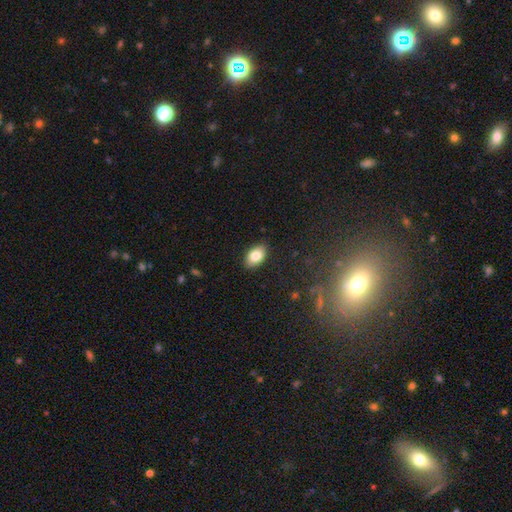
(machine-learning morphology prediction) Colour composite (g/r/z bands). It shows a smooth galaxy with no disk features (83%) that is in between round and cigar-shaped (91%). Merging: none (88%).